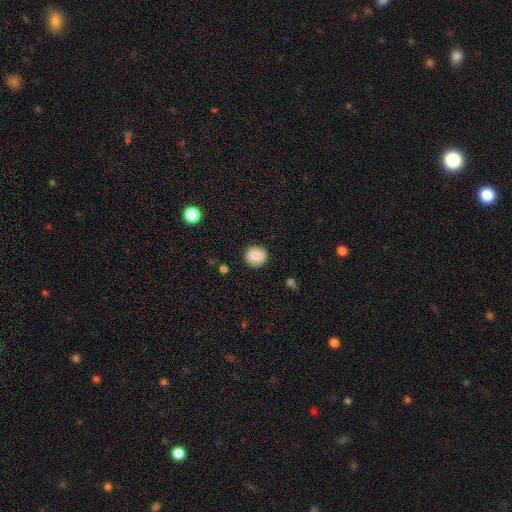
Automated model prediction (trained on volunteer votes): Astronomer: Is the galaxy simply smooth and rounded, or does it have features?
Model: smooth — 80%.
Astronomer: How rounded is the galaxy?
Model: round — 81%.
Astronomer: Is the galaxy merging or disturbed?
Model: none — 86%.